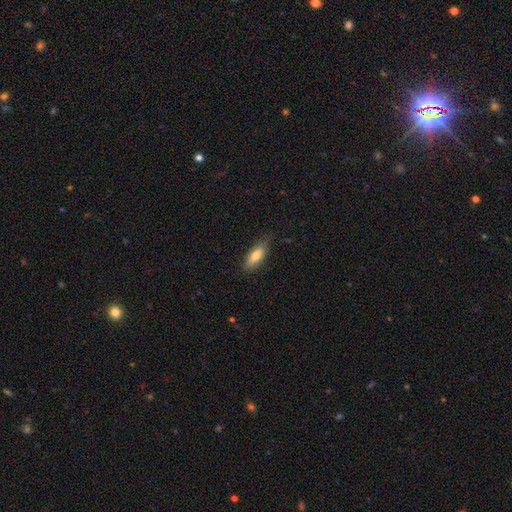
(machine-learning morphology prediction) A smooth galaxy with no disk features (74%) that is in between round and cigar-shaped (71%). Merging: none (73%).